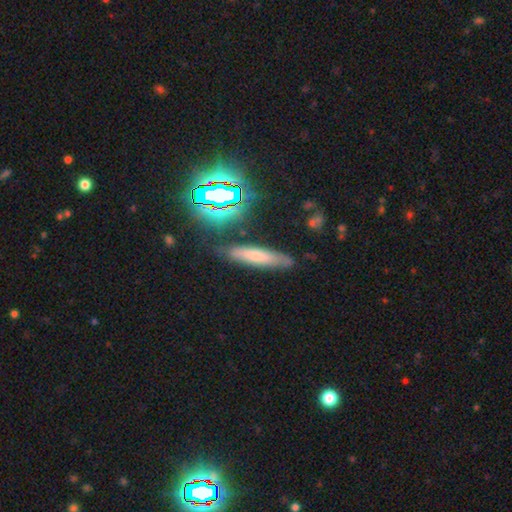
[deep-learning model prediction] Q: Smooth or featured?
A: smooth (57%); runner-up: featured or disk (25%)
Q: How rounded?
A: cigar-shaped (80%); runner-up: in between (17%)
Q: Merging?
A: none (80%); runner-up: minor disturbance (13%)